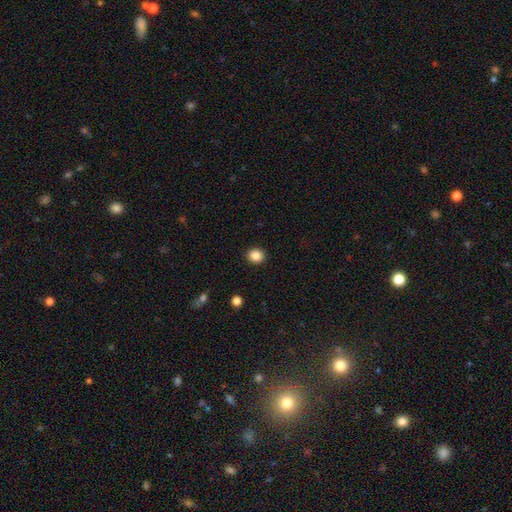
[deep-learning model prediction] A smooth galaxy with no disk features (86%) that is round (82%).

Vote fractions:
- Smooth or featured? smooth: 86% / star or artifact: 10% / featured or disk: 4%
- How rounded? round: 82% / in between: 17% / cigar-shaped: 1%
- Merging? none: 92% / minor disturbance: 5% / major disturbance: 2% / merger: 1%